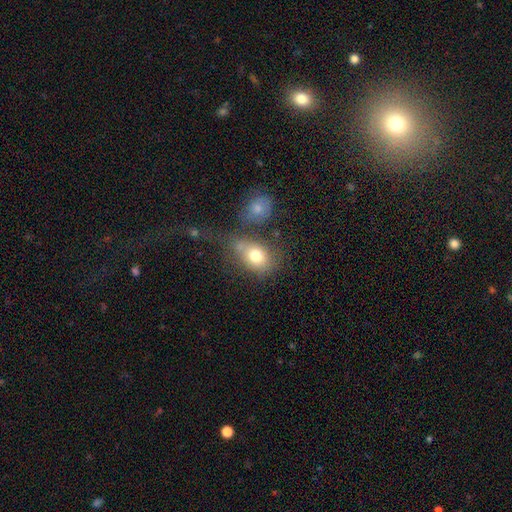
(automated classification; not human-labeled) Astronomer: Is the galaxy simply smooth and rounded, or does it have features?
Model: smooth — 75%.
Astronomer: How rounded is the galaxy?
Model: in between — 67%.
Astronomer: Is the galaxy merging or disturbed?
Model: none — 42% (runner-up: merger, 24%).